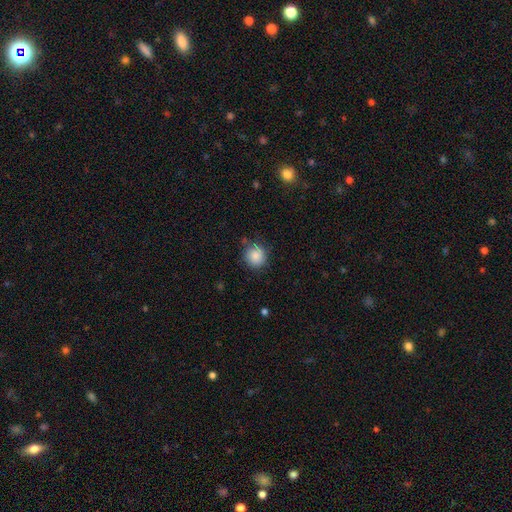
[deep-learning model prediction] smooth-or-featured: smooth: 85% | star or artifact: 8% | featured or disk: 7%
  how-rounded: round: 88% | in between: 11% | cigar-shaped: 1%
  merging: none: 75% | minor disturbance: 19% | major disturbance: 4% | merger: 2%